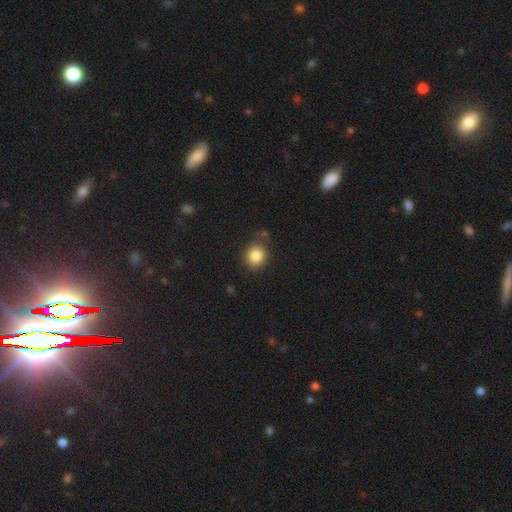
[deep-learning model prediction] smooth_or_featured: smooth (p=0.85) [alt: star or artifact p=0.09]
how_rounded: round (p=0.74) [alt: in between p=0.25]
merging: none (p=0.78) [alt: minor disturbance p=0.14]